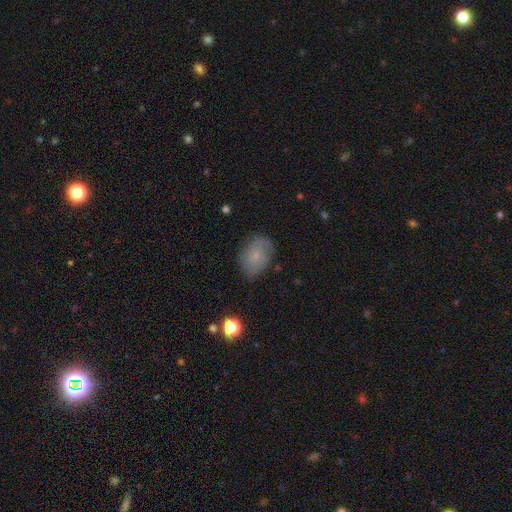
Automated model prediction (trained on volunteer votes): Smooth or featured: smooth — 51% (featured or disk — 39%)
How rounded: in between — 73% (round — 26%)
Merging: none — 67% (minor disturbance — 23%)